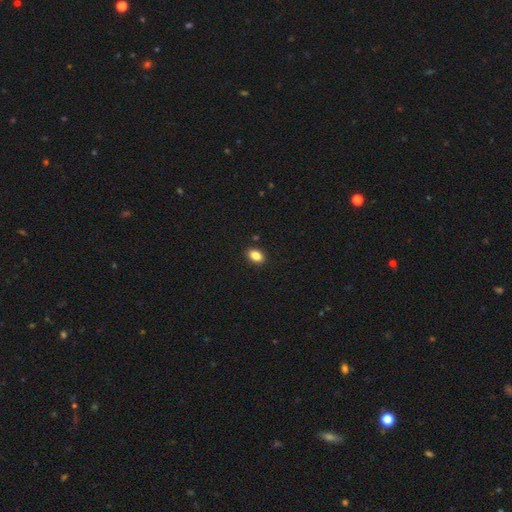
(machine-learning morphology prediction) Smooth or featured?
  - smooth: 86% *
  - star or artifact: 9%
  - featured or disk: 5%
How rounded?
  - in between: 84% *
  - round: 14%
  - cigar-shaped: 2%
Merging?
  - none: 89% *
  - minor disturbance: 8%
  - major disturbance: 2%
  - merger: 1%